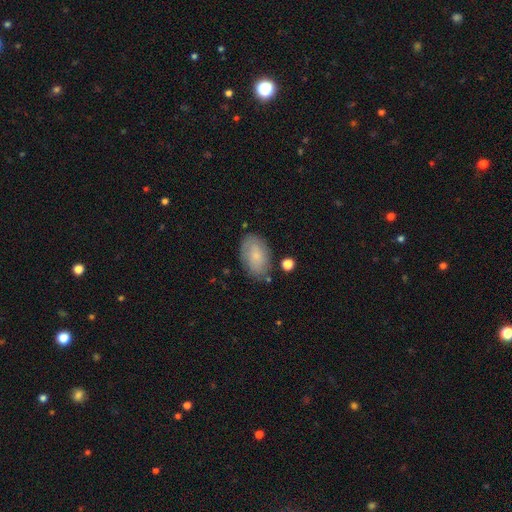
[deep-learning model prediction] smooth 71%, featured or disk 22%, star or artifact 7%. Down the decision tree: how rounded — in between (92%); merging — none (76%).